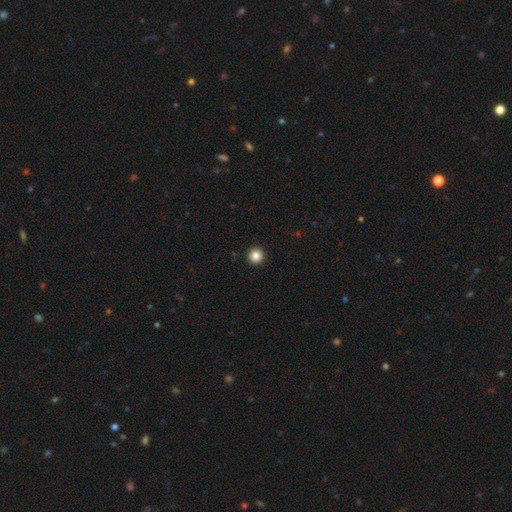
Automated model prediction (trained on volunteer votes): Smooth or featured: smooth — 85% (star or artifact — 11%)
How rounded: round — 96% (in between — 3%)
Merging: none — 94% (minor disturbance — 4%)